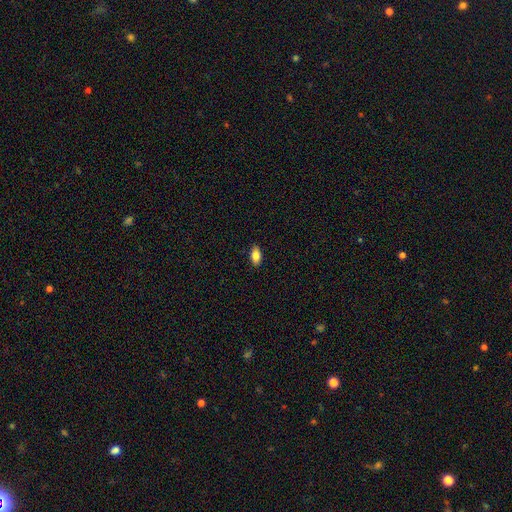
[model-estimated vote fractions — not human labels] Overall: smooth (84%). How rounded: in between (91%). Merging: none (87%).